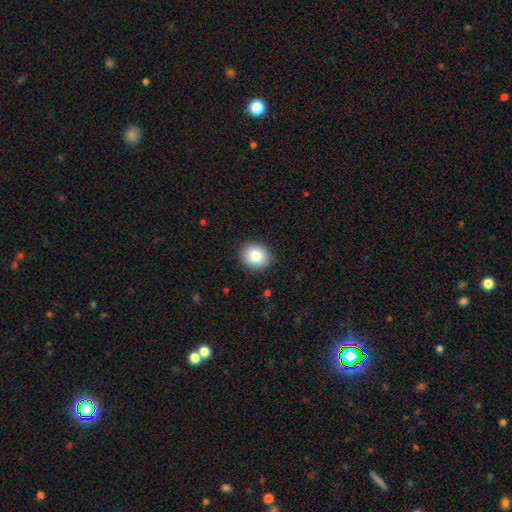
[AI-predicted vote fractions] A smooth galaxy with no disk features (83%) that is round (72%). Merging: none (90%).